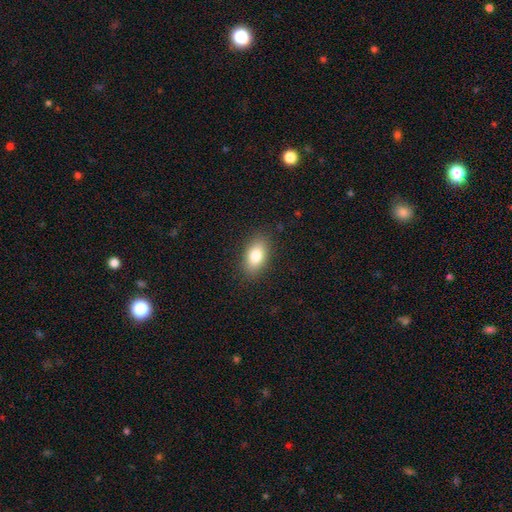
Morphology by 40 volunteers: Smooth or featured? smooth (72%)
How rounded? in between (97%)
Merging? none (92%)